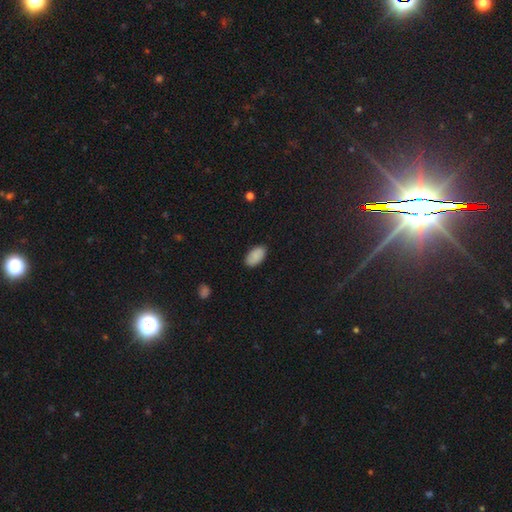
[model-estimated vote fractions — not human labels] smooth 86%, star or artifact 8%, featured or disk 6%. Down the decision tree: how rounded — in between (94%); merging — none (86%).